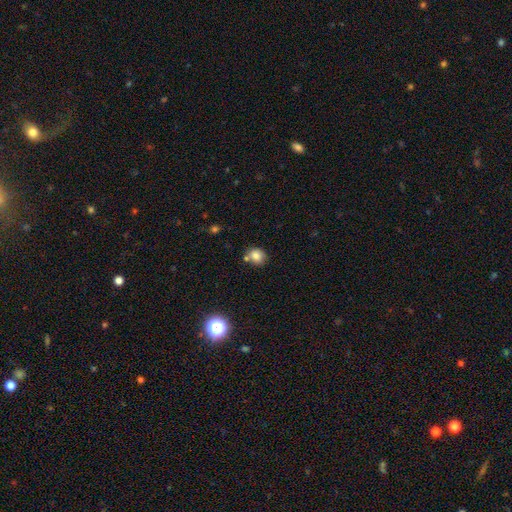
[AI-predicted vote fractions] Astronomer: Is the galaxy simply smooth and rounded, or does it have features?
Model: smooth — 80%.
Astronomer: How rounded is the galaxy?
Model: round — 73%.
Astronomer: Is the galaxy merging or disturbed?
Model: none — 65%.